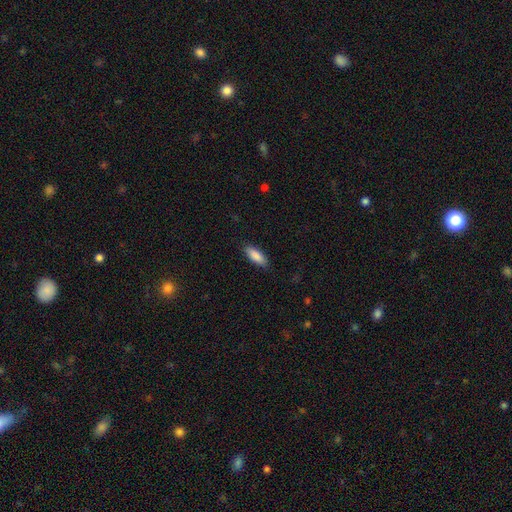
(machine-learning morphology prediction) A smooth galaxy with no disk features (87%) that is in between round and cigar-shaped (70%).

Vote fractions:
- Smooth or featured? smooth: 87% / featured or disk: 7% / star or artifact: 6%
- How rounded? in between: 70% / cigar-shaped: 28% / round: 2%
- Merging? none: 86% / minor disturbance: 11% / major disturbance: 2% / merger: 1%